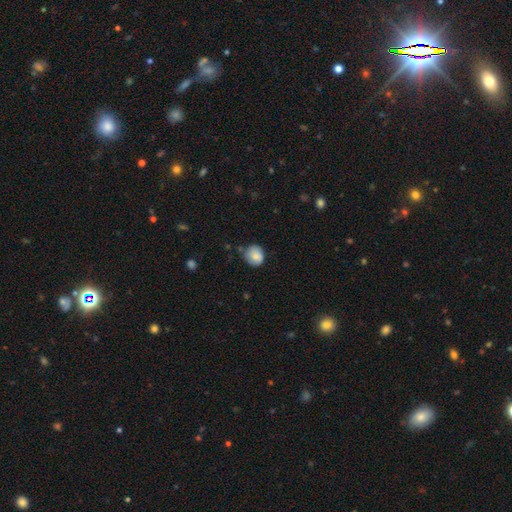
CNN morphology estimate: Overall: smooth (82%). How rounded: round (80%). Merging: none (65%; minor disturbance 27%).